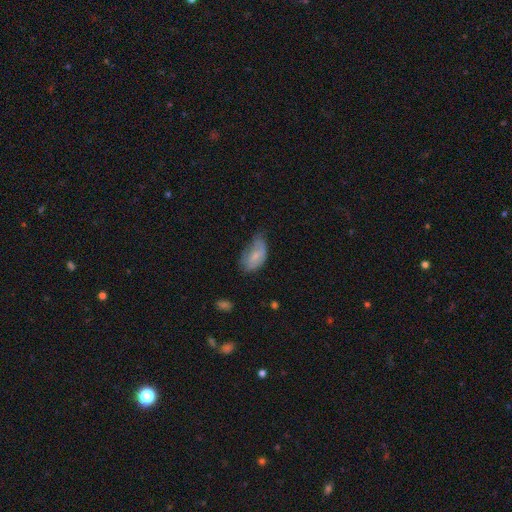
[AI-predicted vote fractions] Smooth or featured? smooth (59%)
How rounded? in between (92%)
Merging? minor disturbance (42%)